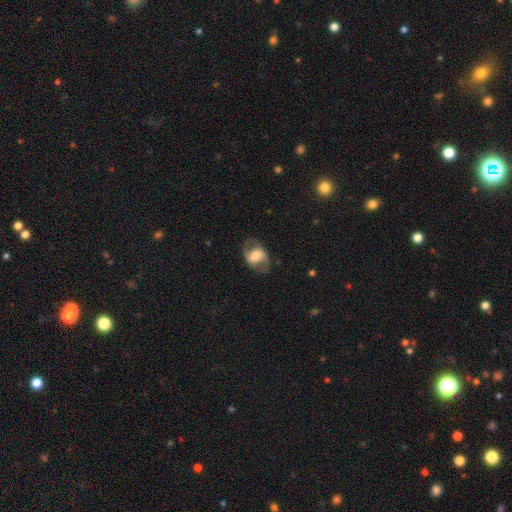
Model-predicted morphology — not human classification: A featured or disk galaxy (58%) with a weak bar (37%, tied with no), spiral arms (70%) and a moderate central bulge (50%). Merging: none (73%).